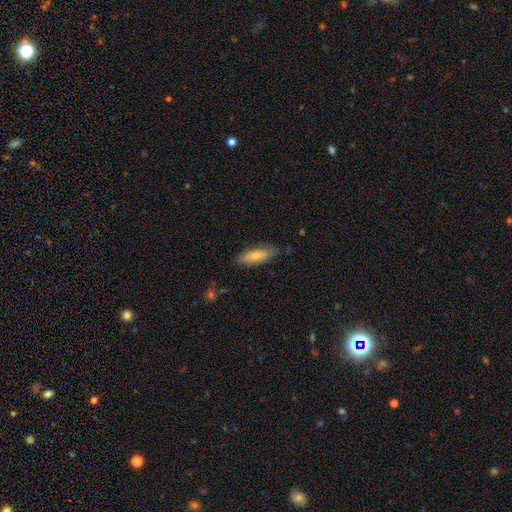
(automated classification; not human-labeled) smooth-or-featured: smooth: 69% | featured or disk: 25% | star or artifact: 6%
  how-rounded: in between: 60% | cigar-shaped: 38% | round: 2%
  merging: none: 77% | minor disturbance: 19% | major disturbance: 3% | merger: 1%